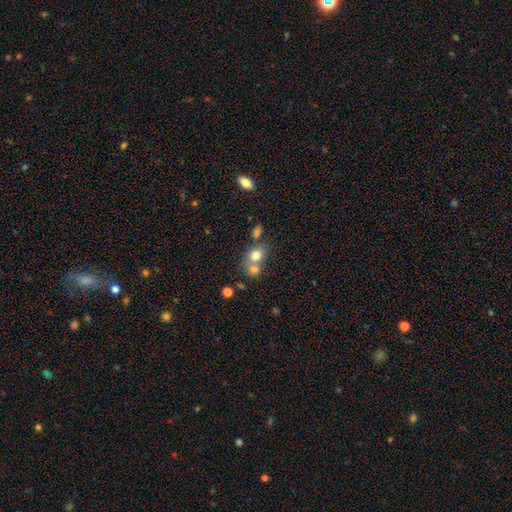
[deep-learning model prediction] Morphology: type=smooth (74%); roundness=round (63%); merging=merger (55%).